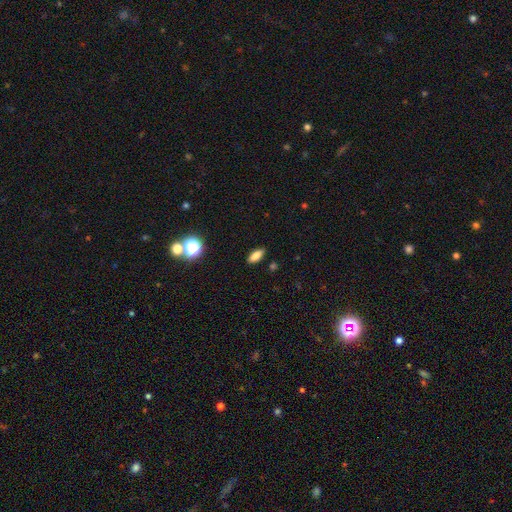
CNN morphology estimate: Smooth or featured: smooth — 81% (star or artifact — 11%)
How rounded: in between — 80% (cigar-shaped — 16%)
Merging: none — 87% (minor disturbance — 9%)